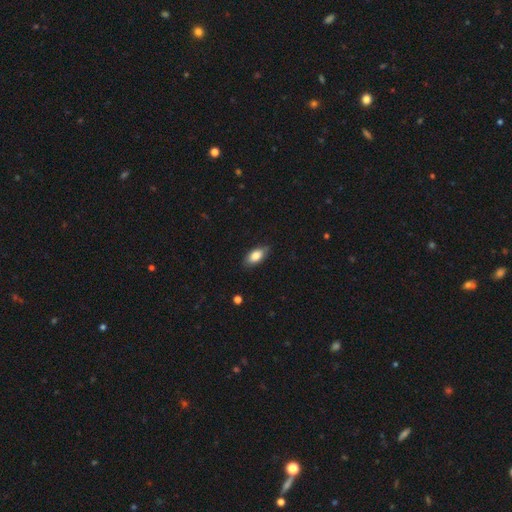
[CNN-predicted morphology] smooth-or-featured: smooth: 81% | featured or disk: 12% | star or artifact: 7%
  how-rounded: in between: 91% | cigar-shaped: 6% | round: 4%
  merging: none: 83% | minor disturbance: 14% | major disturbance: 3% | merger: 1%